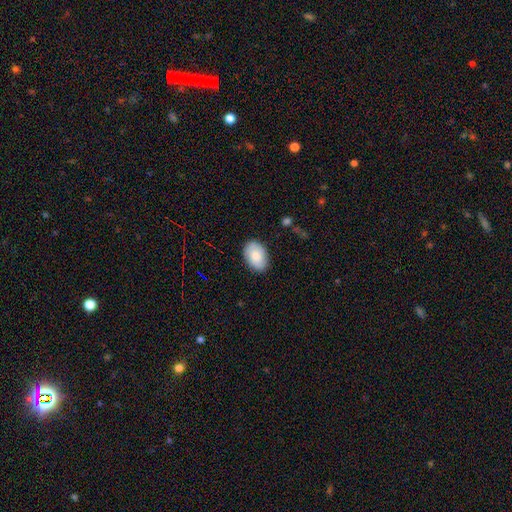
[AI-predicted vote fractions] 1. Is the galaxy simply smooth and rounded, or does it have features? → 79% smooth, 15% featured or disk, 7% star or artifact.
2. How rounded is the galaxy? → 87% in between, 12% round, 1% cigar-shaped.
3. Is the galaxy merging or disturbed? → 84% none, 13% minor disturbance, 3% major disturbance, 1% merger.